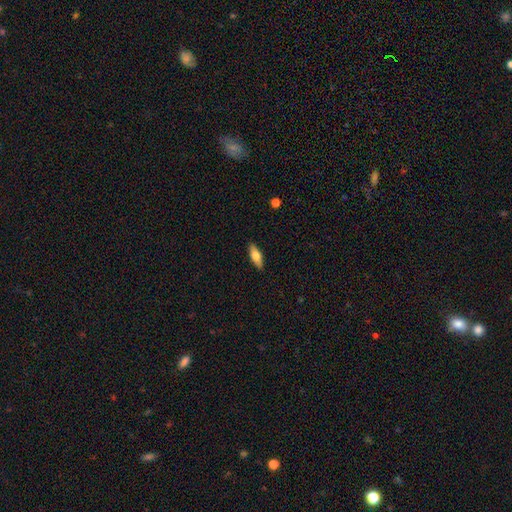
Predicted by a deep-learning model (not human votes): Smooth or featured: smooth — 61% (featured or disk — 33%)
How rounded: in between — 61% (cigar-shaped — 36%)
Merging: none — 88% (minor disturbance — 9%)